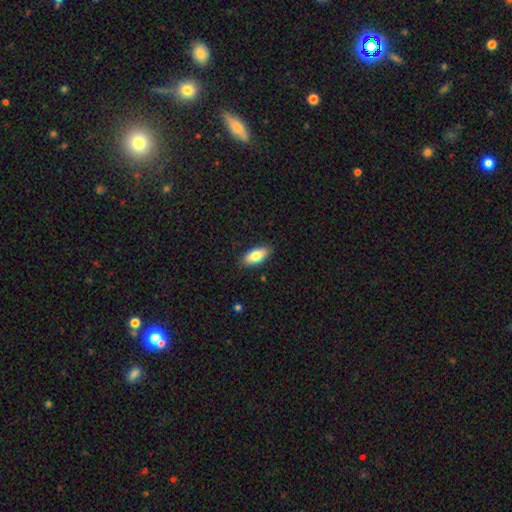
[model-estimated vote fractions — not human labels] A smooth galaxy with no disk features (80%) that is in between round and cigar-shaped (88%).

Vote fractions:
- Smooth or featured? smooth: 80% / featured or disk: 13% / star or artifact: 7%
- How rounded? in between: 88% / cigar-shaped: 10% / round: 2%
- Merging? none: 88% / minor disturbance: 10% / major disturbance: 2% / merger: 1%